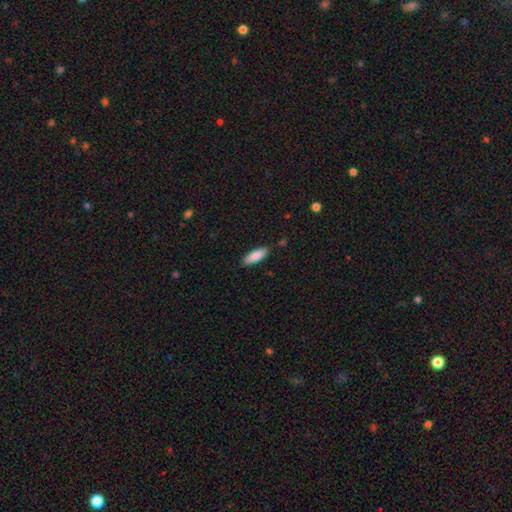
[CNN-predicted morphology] The model was most divided on "how rounded": in between: 68%, cigar-shaped: 30%, round: 2%. More confident: smooth or featured — smooth (86%); merging — none (84%).